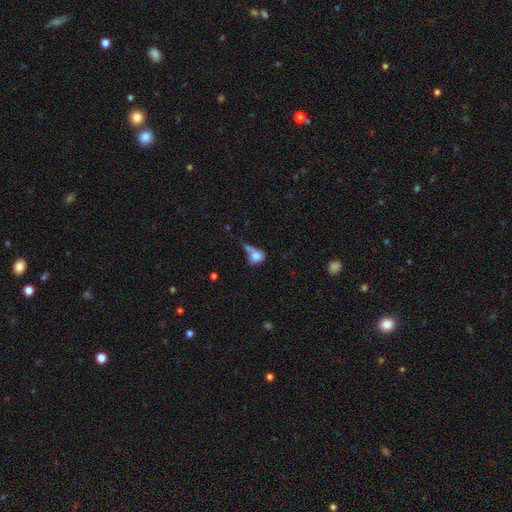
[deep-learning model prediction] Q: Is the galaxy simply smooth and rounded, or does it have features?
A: smooth — 77%.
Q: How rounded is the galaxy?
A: round — 57%.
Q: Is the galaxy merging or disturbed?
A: merger — 34%.